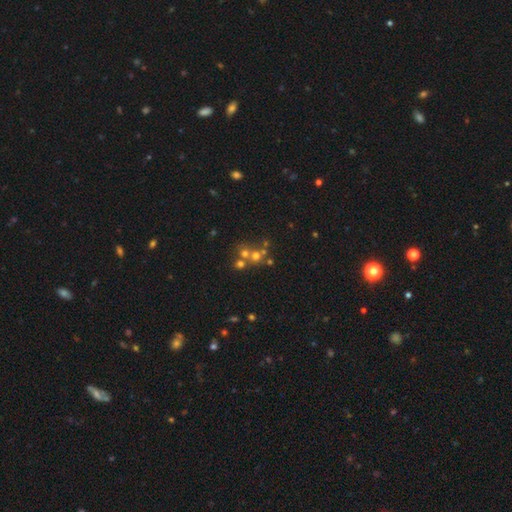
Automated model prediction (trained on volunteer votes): Smooth or featured?
  - smooth: 51% *
  - star or artifact: 27%
  - featured or disk: 23%
How rounded?
  - round: 84% *
  - in between: 15%
  - cigar-shaped: 1%
Merging?
  - none: 46% *
  - merger: 42%
  - minor disturbance: 7%
  - major disturbance: 5%